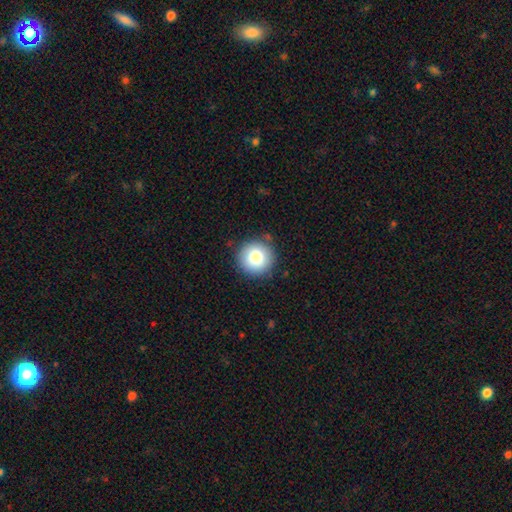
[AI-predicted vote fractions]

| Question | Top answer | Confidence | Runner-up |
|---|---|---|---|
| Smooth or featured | smooth | 81% | star or artifact (10%) |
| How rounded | round | 94% | in between (5%) |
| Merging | none | 88% | minor disturbance (9%) |